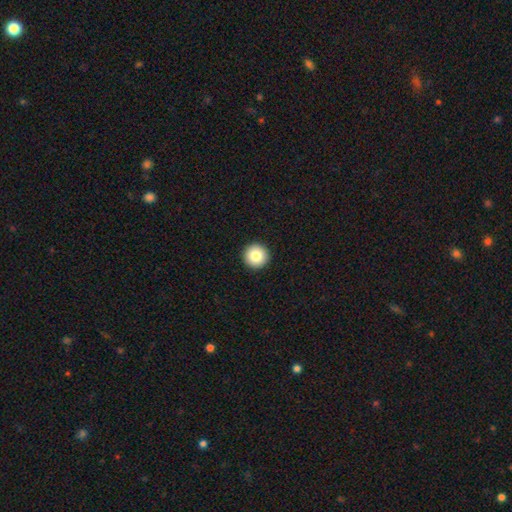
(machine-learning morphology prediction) This is clearly a smooth galaxy (84%). How rounded: clearly round (97%). Merging: clearly none (94%).